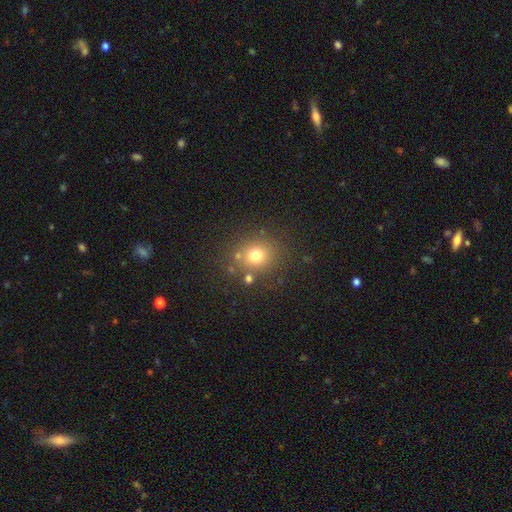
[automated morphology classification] Overall: smooth (73%). How rounded: round (79%). Merging: none (78%).